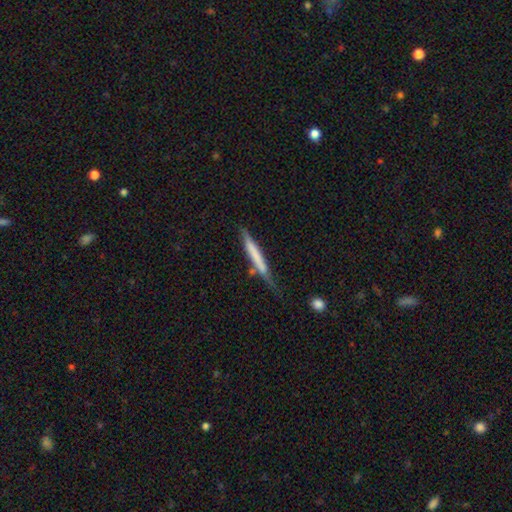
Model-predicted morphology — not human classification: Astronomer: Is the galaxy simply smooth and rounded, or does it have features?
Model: smooth — 59% (runner-up: featured or disk, 36%).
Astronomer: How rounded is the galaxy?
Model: cigar-shaped — 95%.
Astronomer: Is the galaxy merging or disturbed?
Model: none — 63%.